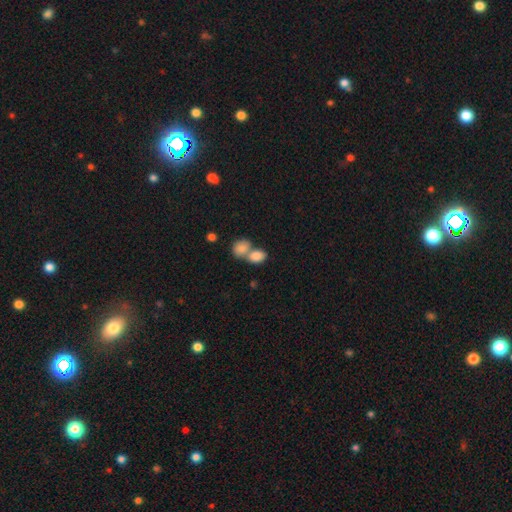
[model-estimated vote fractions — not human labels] smooth-or-featured: smooth: 84% | featured or disk: 8% | star or artifact: 8%
  how-rounded: in between: 71% | round: 27% | cigar-shaped: 1%
  merging: merger: 64% | none: 26% | minor disturbance: 7% | major disturbance: 3%